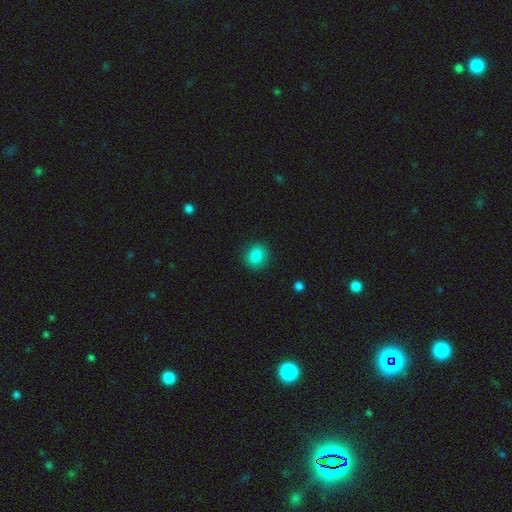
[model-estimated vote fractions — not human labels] This appears to be a smooth galaxy with no disk features (86%) that is round (79%). Merging: none (88%).